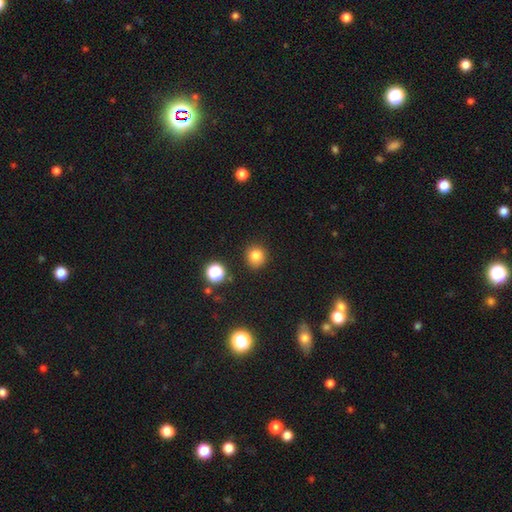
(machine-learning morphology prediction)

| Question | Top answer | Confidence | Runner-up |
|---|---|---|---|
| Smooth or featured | smooth | 81% | star or artifact (14%) |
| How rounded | round | 90% | in between (9%) |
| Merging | none | 88% | minor disturbance (8%) |